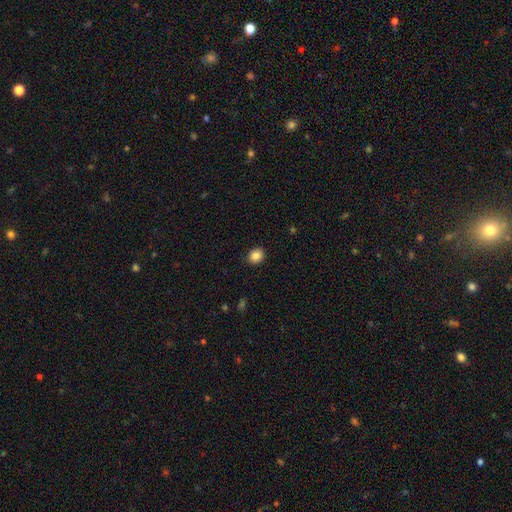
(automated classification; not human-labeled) A smooth galaxy with no disk features (86%) that is round (69%).

Vote fractions:
- Smooth or featured? smooth: 86% / star or artifact: 10% / featured or disk: 4%
- How rounded? round: 69% / in between: 31% / cigar-shaped: 1%
- Merging? none: 90% / minor disturbance: 7% / major disturbance: 2% / merger: 1%